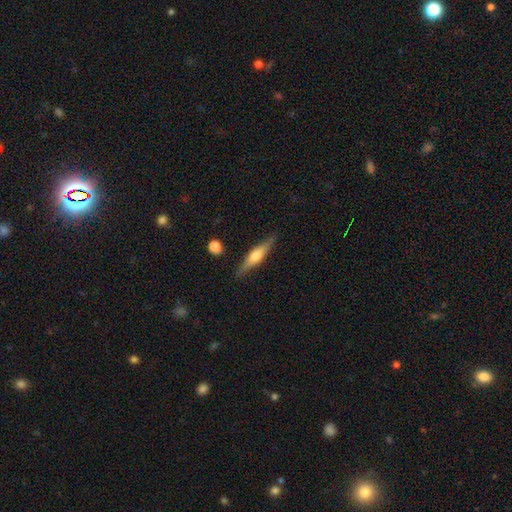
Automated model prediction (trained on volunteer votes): Smooth or featured?
  - featured or disk: 52% *
  - smooth: 42%
  - star or artifact: 6%
Edge-on disk?
  - yes: 95% *
  - no: 5%
Merging?
  - none: 85% *
  - minor disturbance: 10%
  - major disturbance: 2%
  - merger: 2%